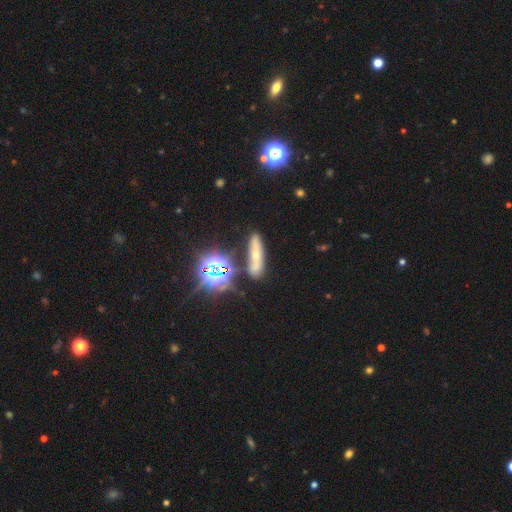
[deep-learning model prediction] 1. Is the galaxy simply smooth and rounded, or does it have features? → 35% smooth, 34% star or artifact, 31% featured or disk.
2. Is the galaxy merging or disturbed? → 73% none, 14% minor disturbance, 8% merger, 5% major disturbance.